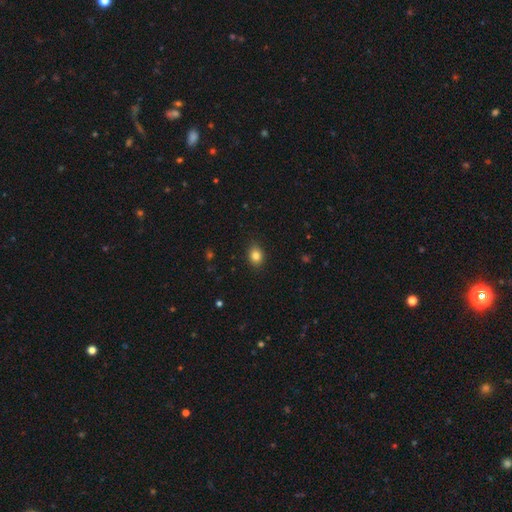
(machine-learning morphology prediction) The model was most divided on "how rounded": in between: 52%, round: 47%, cigar-shaped: 1%. More confident: merging — none (87%); smooth or featured — smooth (84%).